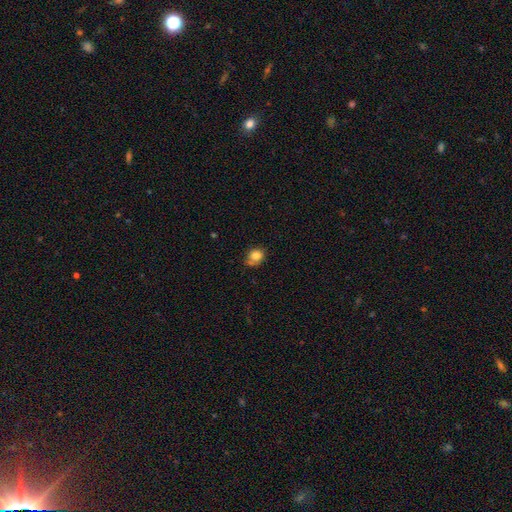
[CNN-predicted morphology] This appears to be a smooth galaxy with no disk features (81%) that is round (65%). Merging: none (53%).